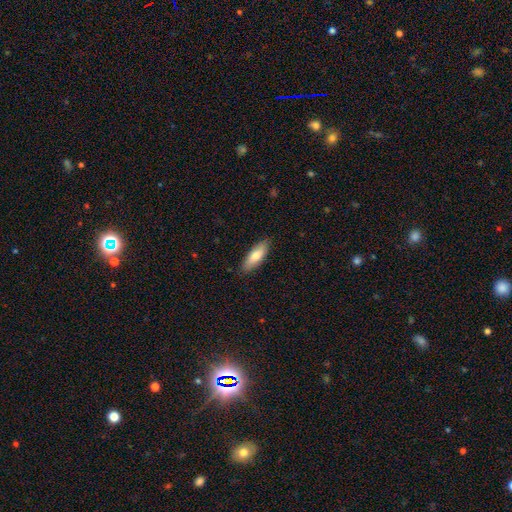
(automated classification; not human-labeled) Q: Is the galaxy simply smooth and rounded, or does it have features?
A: smooth — 75%.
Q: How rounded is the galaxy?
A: in between — 63%.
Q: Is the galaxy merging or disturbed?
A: none — 87%.